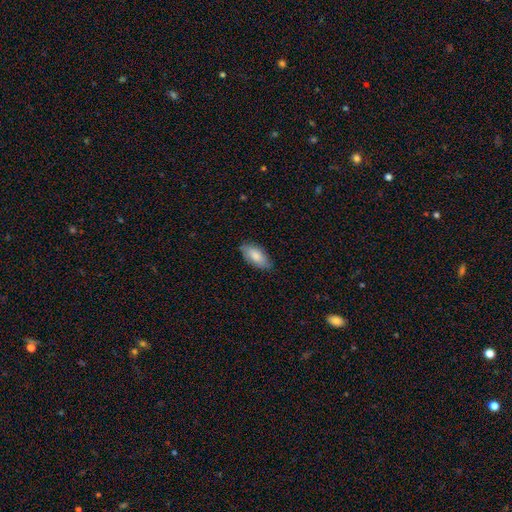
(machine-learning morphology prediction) Smooth or featured? Predicted: smooth (p=0.83). How rounded? Predicted: in between (p=0.91). Merging? Predicted: none (p=0.81).